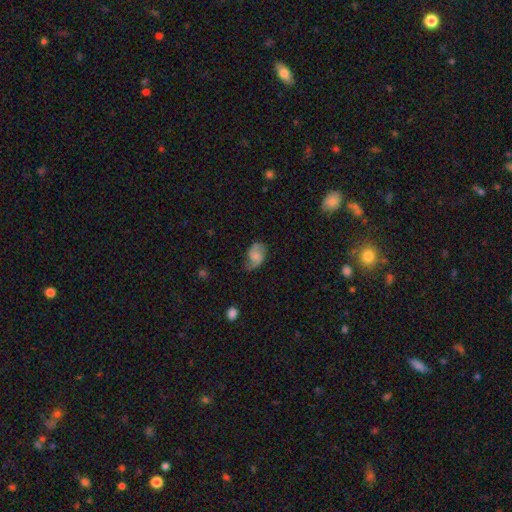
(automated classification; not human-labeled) Smooth or featured: featured or disk — 52% (smooth — 40%)
Edge-on disk: no — 97% (yes — 3%)
Bar: no — 54% (weak — 38%)
Spiral arms: yes — 88% (no — 12%)
Bulge size: small — 32% (none — 30%)
Merging: none — 56% (minor disturbance — 29%)